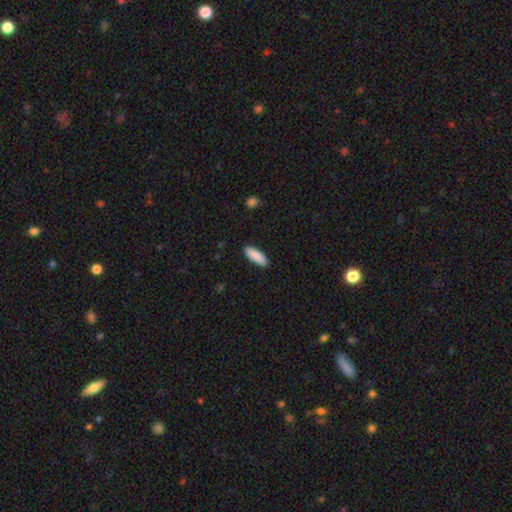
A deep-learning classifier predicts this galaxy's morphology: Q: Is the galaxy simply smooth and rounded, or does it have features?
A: smooth — 89%.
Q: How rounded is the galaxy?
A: in between — 52%.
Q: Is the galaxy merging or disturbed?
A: none — 89%.